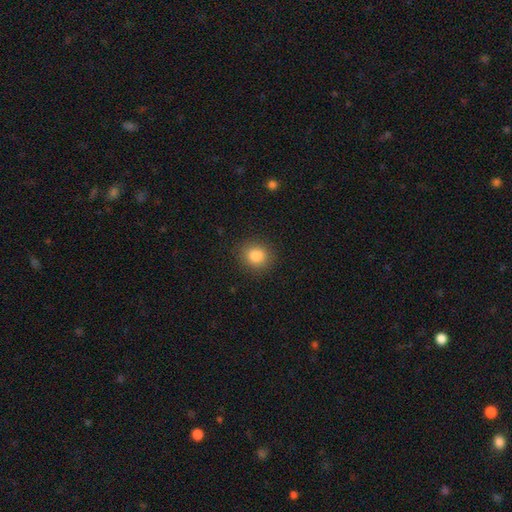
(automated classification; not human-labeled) smooth 84%, star or artifact 10%, featured or disk 5%. Down the decision tree: how rounded — round (77%); merging — none (88%).